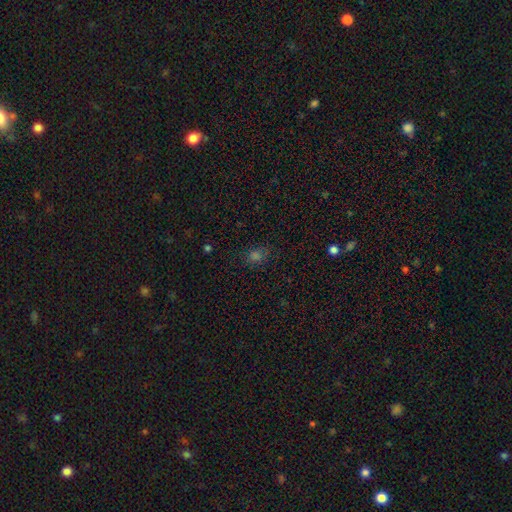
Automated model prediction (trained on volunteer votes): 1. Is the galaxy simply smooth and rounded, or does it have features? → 65% smooth, 28% star or artifact, 6% featured or disk.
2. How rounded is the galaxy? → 61% round, 38% in between, 2% cigar-shaped.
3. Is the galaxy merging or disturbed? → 80% none, 14% minor disturbance, 4% major disturbance, 2% merger.